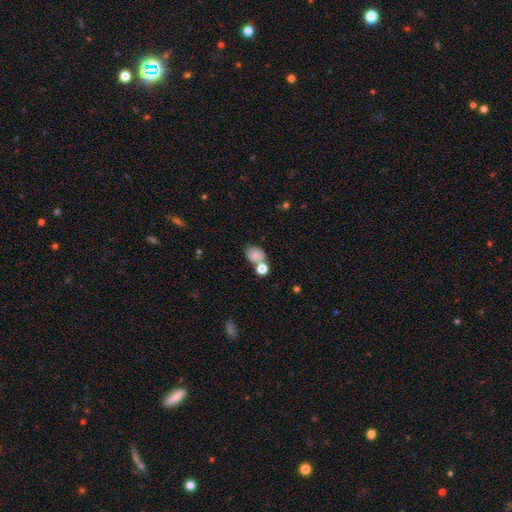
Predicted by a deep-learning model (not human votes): Smooth or featured? Predicted: smooth (p=0.79). How rounded? Predicted: in between (p=0.61). Merging? Predicted: none (p=0.45).